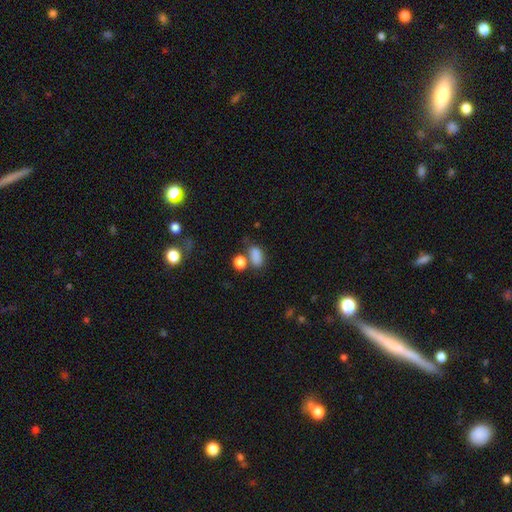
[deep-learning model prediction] This appears to be a smooth galaxy with no disk features (81%) that is in between round and cigar-shaped (82%). Merging: none (48%).